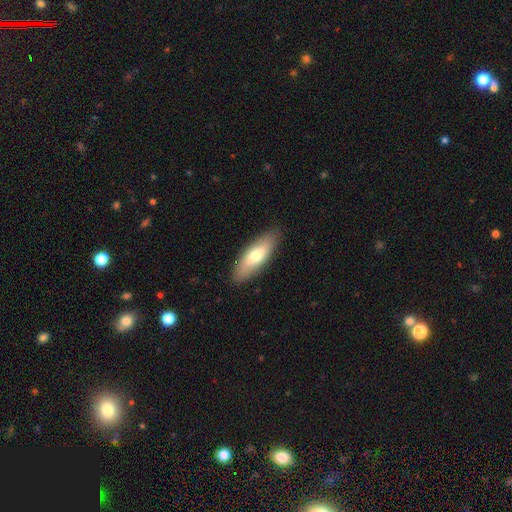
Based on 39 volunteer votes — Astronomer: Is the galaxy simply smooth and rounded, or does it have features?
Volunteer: smooth — 64%.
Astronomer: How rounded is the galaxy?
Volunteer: in between — 60% (runner-up: cigar-shaped, 40%).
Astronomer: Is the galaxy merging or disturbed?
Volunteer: none — 82%.